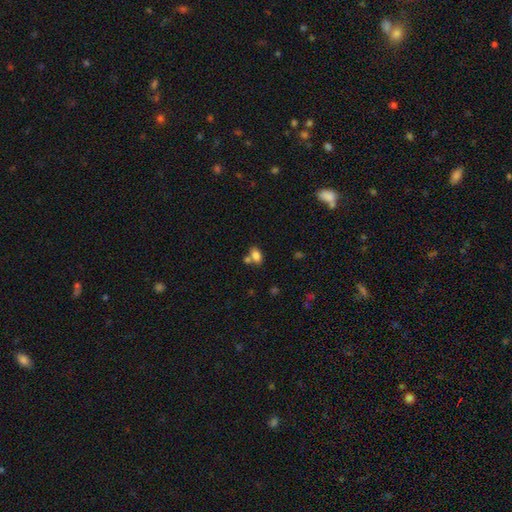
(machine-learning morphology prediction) The model was most divided on "merging": none: 52%, merger: 32%, minor disturbance: 12%, major disturbance: 4%. More confident: how rounded — in between (86%); smooth or featured — smooth (82%).